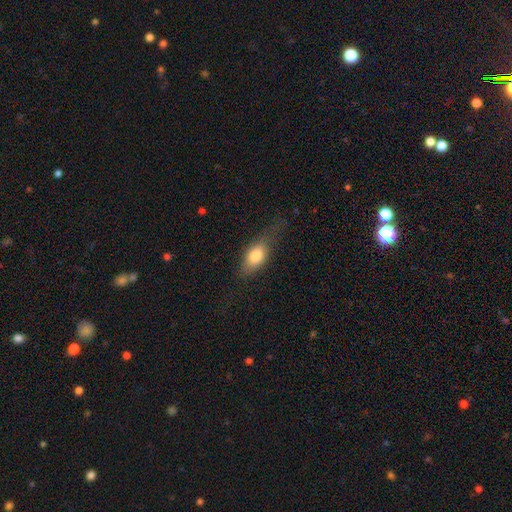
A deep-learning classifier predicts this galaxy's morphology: Overall: smooth (78%). How rounded: in between (84%). Merging: none (50%; minor disturbance 29%).